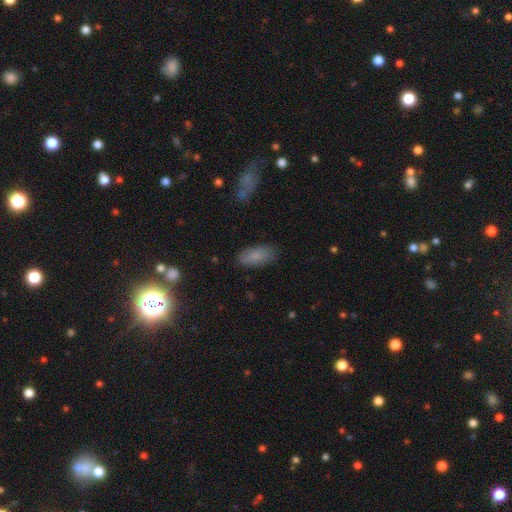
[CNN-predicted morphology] Smooth or featured? smooth (83%)
How rounded? in between (88%)
Merging? none (83%)